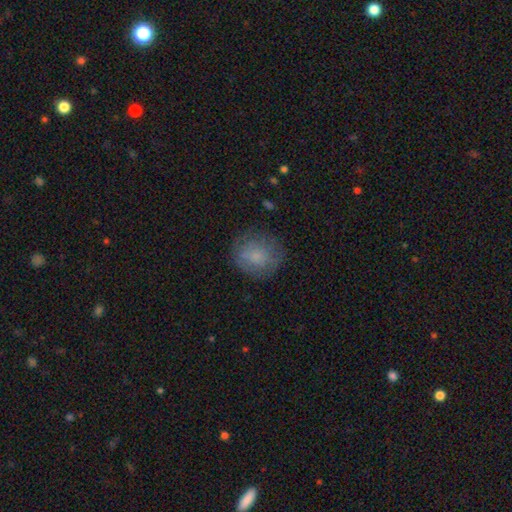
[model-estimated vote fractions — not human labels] Smooth or featured?
  - smooth: 70% *
  - featured or disk: 21%
  - star or artifact: 9%
How rounded?
  - round: 82% *
  - in between: 17%
  - cigar-shaped: 1%
Merging?
  - none: 75% *
  - minor disturbance: 17%
  - major disturbance: 7%
  - merger: 1%